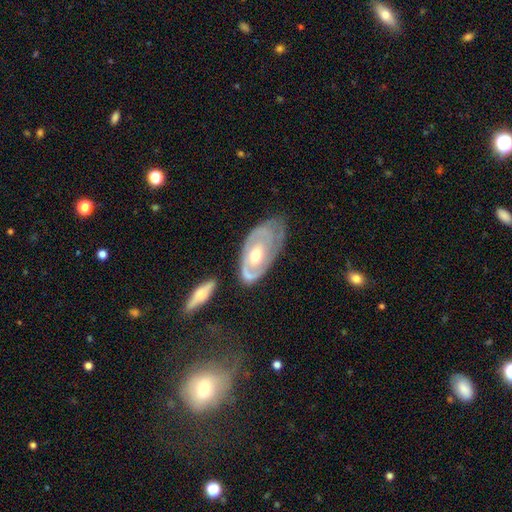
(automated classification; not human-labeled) This is likely a featured or disk galaxy (74%). It is clearly not viewed edge-on (92%). Bar: likely no (77%). Spiral arm pattern: likely yes (76%). Spiral arm count: marginally 1 (37%). Spiral winding: likely tight (61%). Central bulge: likely moderate (73%). Merging: possibly none (45%).